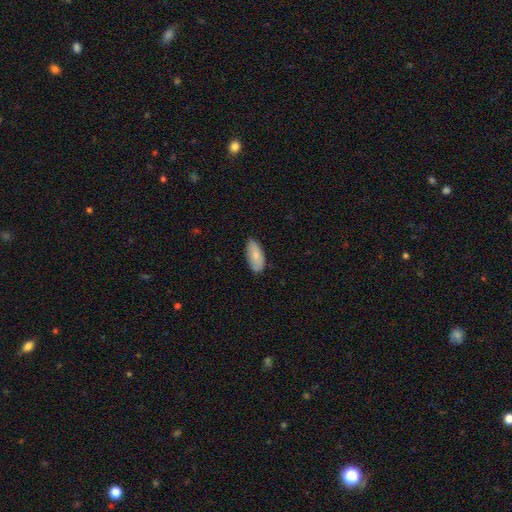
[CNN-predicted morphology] Smooth or featured?
  - smooth: 82% *
  - featured or disk: 12%
  - star or artifact: 6%
How rounded?
  - in between: 88% *
  - cigar-shaped: 9%
  - round: 2%
Merging?
  - none: 76% *
  - minor disturbance: 20%
  - major disturbance: 3%
  - merger: 1%